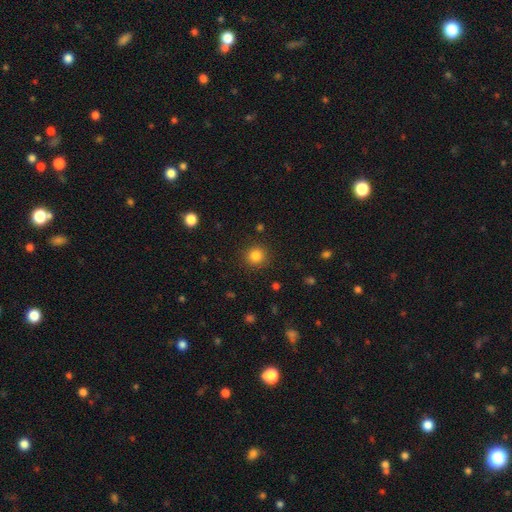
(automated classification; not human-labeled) This appears to be a smooth galaxy with no disk features (83%) that is round (92%). Merging: none (90%).